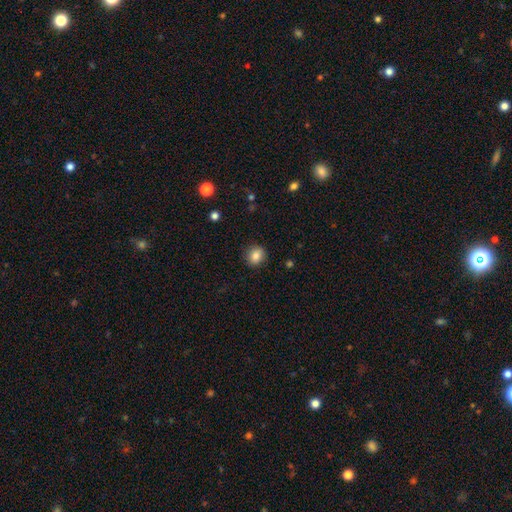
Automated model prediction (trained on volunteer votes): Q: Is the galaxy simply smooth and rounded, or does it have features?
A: smooth — 84%.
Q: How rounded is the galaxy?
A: round — 78%.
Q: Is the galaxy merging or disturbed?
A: none — 89%.